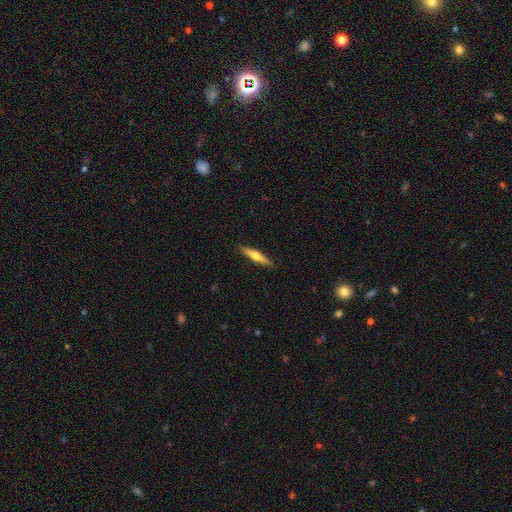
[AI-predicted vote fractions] The model was most divided on "smooth or featured": featured or disk: 54%, smooth: 41%, star or artifact: 5%. More confident: edge-on disk — yes (96%); merging — none (90%); edge-on bulge — rounded (90%).